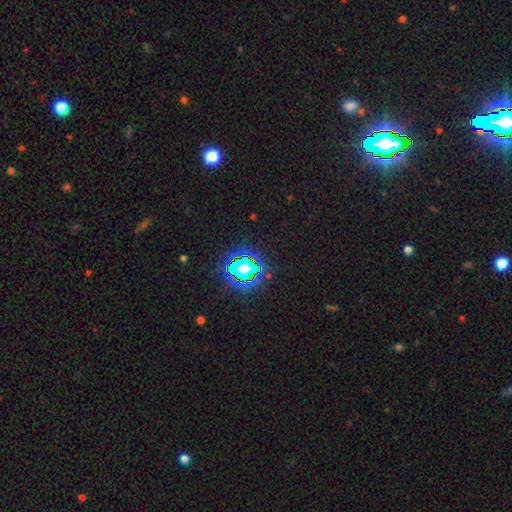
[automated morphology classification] Smooth or featured? Predicted: star or artifact (p=0.81).